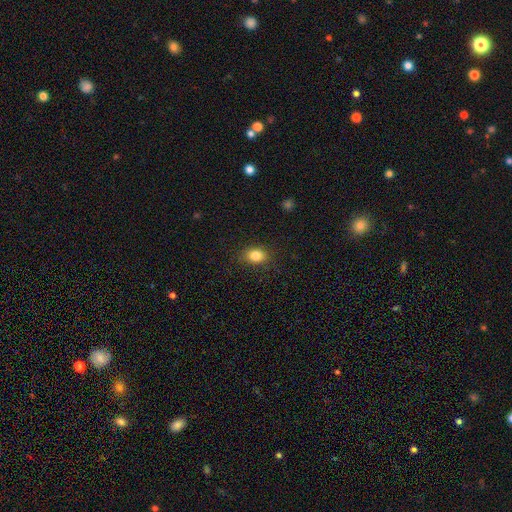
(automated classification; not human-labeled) Smooth or featured? smooth (83%)
How rounded? in between (67%)
Merging? none (85%)